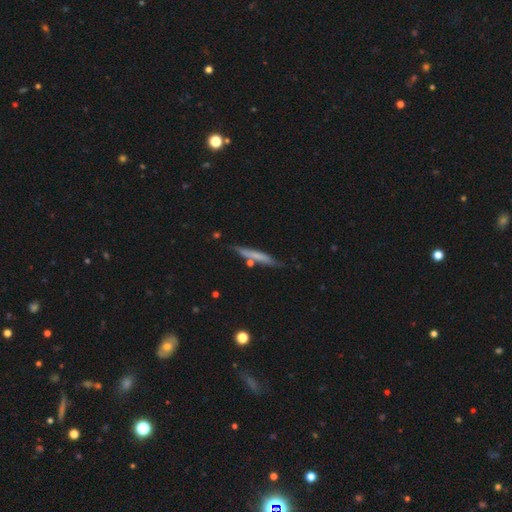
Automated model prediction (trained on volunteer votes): The model was most divided on "smooth or featured": smooth: 60%, featured or disk: 34%, star or artifact: 6%. More confident: how rounded — cigar-shaped (93%); merging — none (75%).